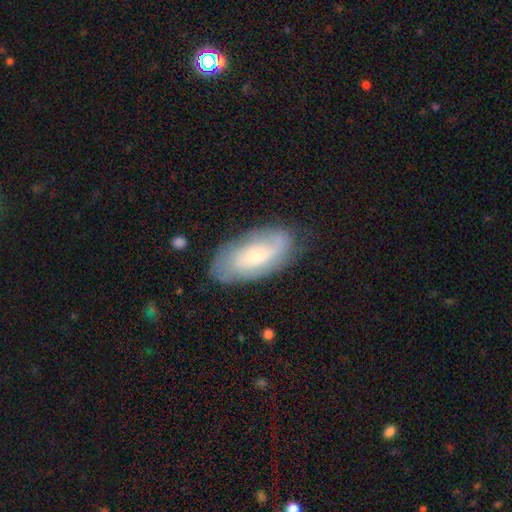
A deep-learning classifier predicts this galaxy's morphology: Smooth or featured?
  - featured or disk: 55% *
  - smooth: 38%
  - star or artifact: 7%
Edge-on disk?
  - no: 92% *
  - yes: 8%
Bar?
  - no: 61% *
  - weak: 32%
  - strong: 7%
Spiral arms?
  - yes: 84% *
  - no: 16%
Bulge size?
  - small: 42% *
  - moderate: 39%
  - large: 11%
  - none: 5%
  - dominant: 2%
Merging?
  - none: 72% *
  - minor disturbance: 19%
  - major disturbance: 7%
  - merger: 2%